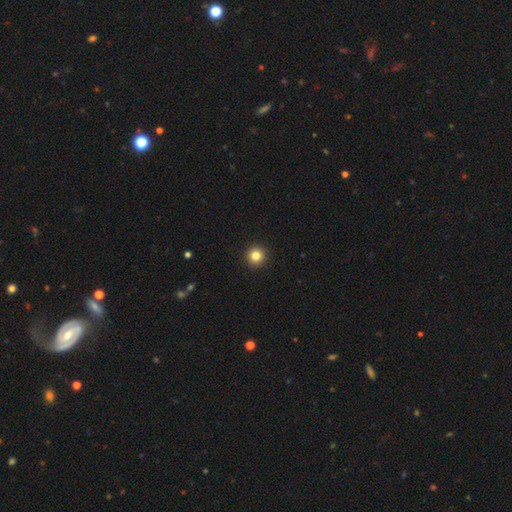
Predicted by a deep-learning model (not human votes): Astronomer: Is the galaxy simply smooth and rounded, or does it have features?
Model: smooth — 83%.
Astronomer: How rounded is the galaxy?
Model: round — 95%.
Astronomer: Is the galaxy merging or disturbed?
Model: none — 94%.